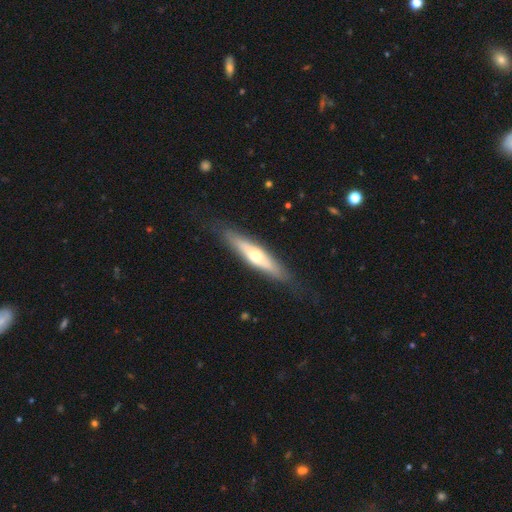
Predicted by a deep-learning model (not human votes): Smooth or featured? Predicted: featured or disk (p=0.52). Edge-on disk? Predicted: yes (p=0.80). Merging? Predicted: none (p=0.82).